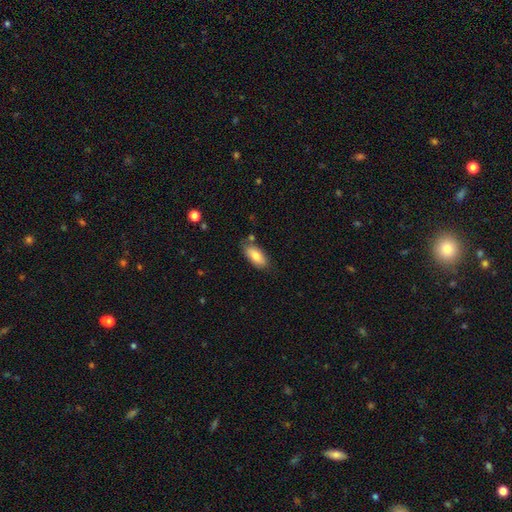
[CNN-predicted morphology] This appears to be a smooth galaxy with no disk features (79%) that is in between round and cigar-shaped (88%). Merging: none (77%).